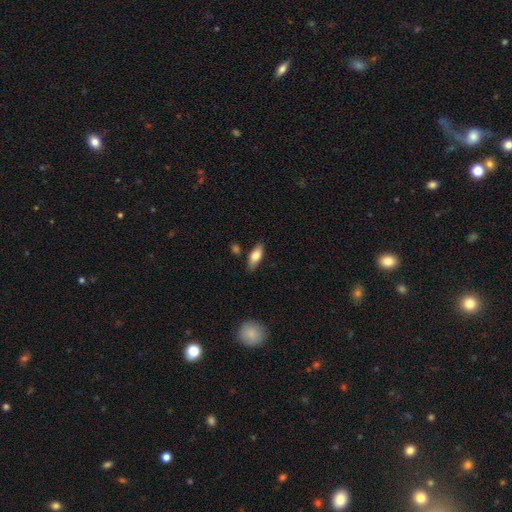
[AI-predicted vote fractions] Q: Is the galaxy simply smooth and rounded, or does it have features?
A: smooth — 73%.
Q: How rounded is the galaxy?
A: in between — 74%.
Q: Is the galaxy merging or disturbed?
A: none — 79%.